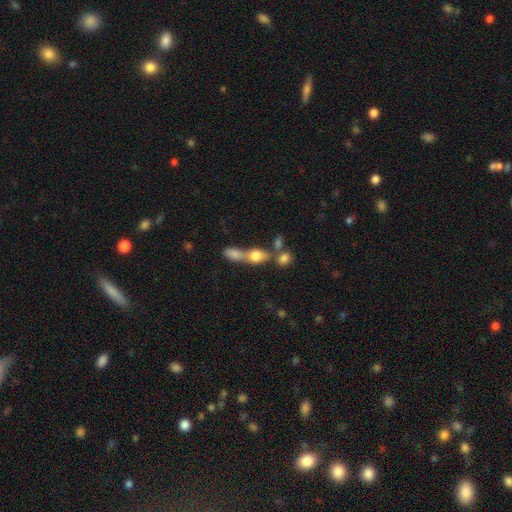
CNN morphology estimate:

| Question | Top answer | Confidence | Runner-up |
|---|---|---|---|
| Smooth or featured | smooth | 73% | featured or disk (17%) |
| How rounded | in between | 64% | round (26%) |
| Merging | merger | 64% | none (23%) |